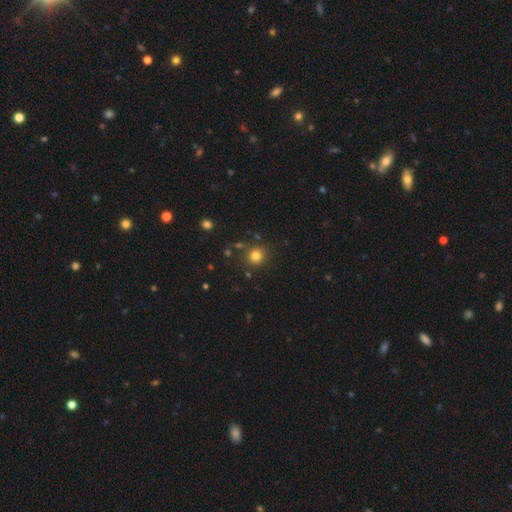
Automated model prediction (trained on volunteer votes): Morphology: type=smooth (79%); roundness=round (89%); merging=none (84%).